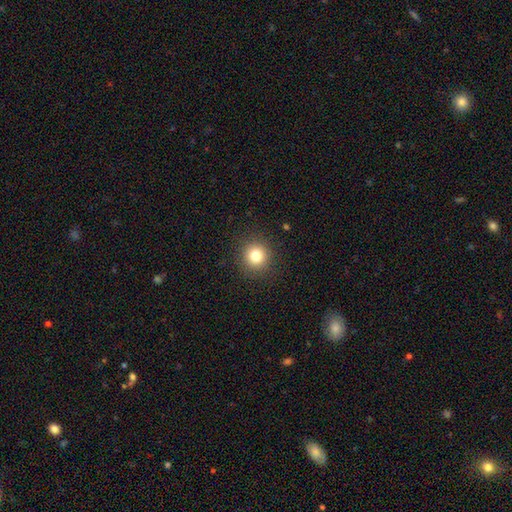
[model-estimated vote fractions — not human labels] Overall: smooth (80%). How rounded: round (94%). Merging: none (91%).